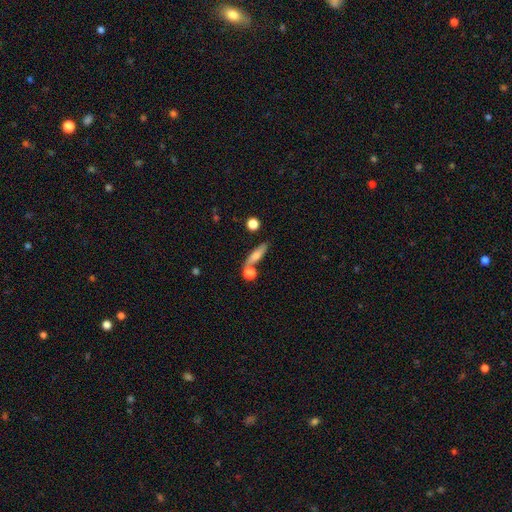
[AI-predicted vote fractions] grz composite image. It shows a smooth galaxy with no disk features (69%) that is cigar-shaped (63%). Merging: none (66%).